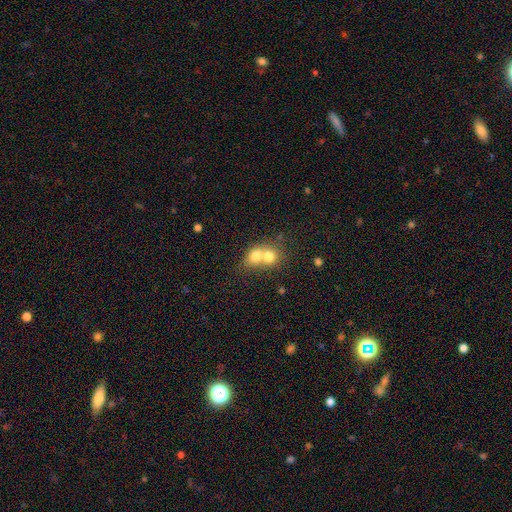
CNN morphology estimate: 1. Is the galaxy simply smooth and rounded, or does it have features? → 72% smooth, 19% featured or disk, 9% star or artifact.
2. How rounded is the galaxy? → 64% round, 35% in between, 1% cigar-shaped.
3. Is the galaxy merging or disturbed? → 74% merger, 19% none, 4% minor disturbance, 2% major disturbance.